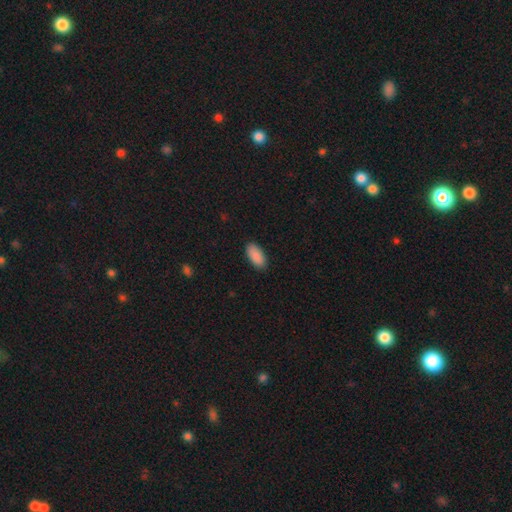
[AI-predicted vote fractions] Smooth or featured? smooth (91%)
How rounded? in between (92%)
Merging? none (88%)